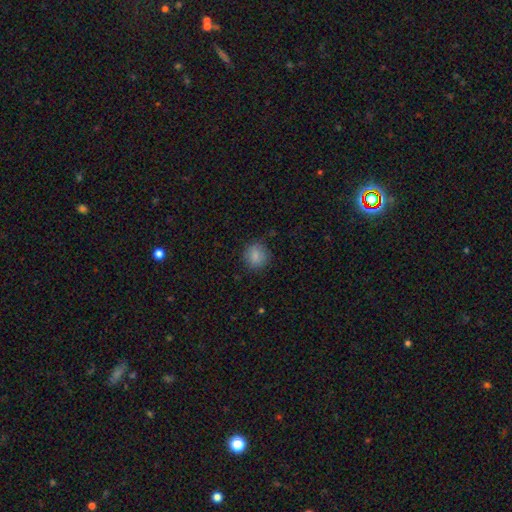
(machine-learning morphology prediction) Smooth or featured?
  - smooth: 85% *
  - star or artifact: 9%
  - featured or disk: 6%
How rounded?
  - round: 84% *
  - in between: 15%
  - cigar-shaped: 1%
Merging?
  - none: 81% *
  - minor disturbance: 14%
  - major disturbance: 4%
  - merger: 1%